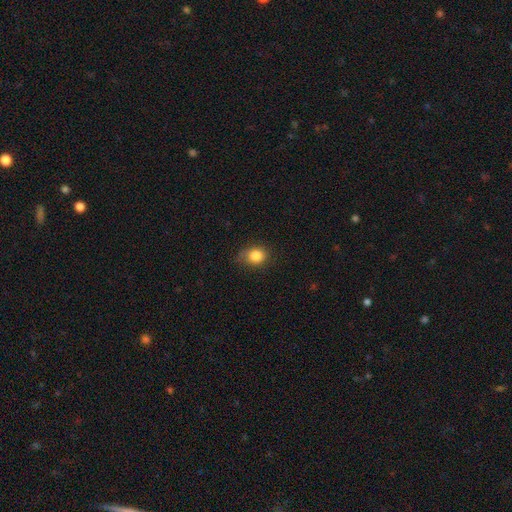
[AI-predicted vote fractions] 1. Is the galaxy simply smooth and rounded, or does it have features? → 84% smooth, 9% star or artifact, 6% featured or disk.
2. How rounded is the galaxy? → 59% round, 40% in between, 1% cigar-shaped.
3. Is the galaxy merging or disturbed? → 64% none, 27% minor disturbance, 7% major disturbance, 1% merger.